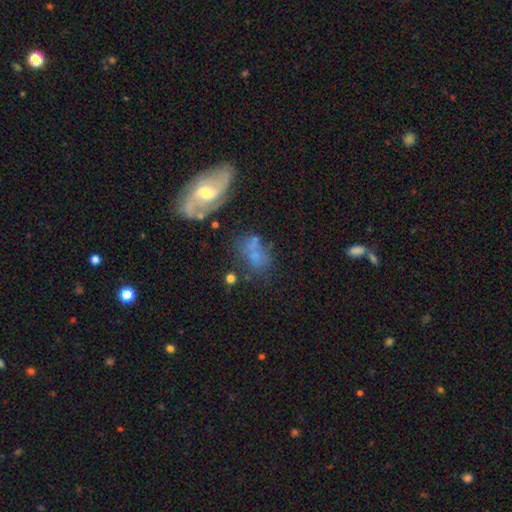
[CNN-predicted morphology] A smooth galaxy with no disk features (47%). Merging: none (42%).